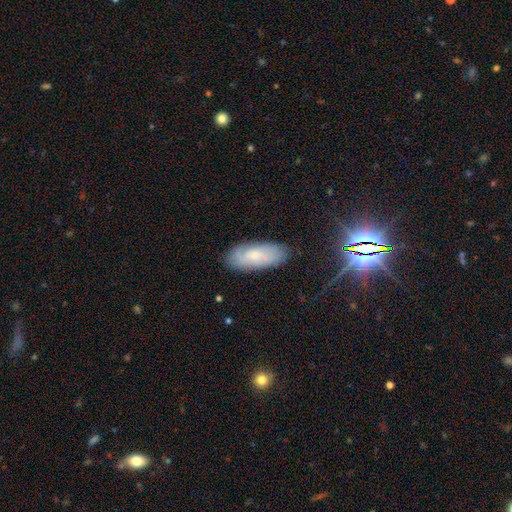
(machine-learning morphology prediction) Q: Smooth or featured?
A: smooth (52%); runner-up: featured or disk (38%)
Q: How rounded?
A: in between (83%); runner-up: cigar-shaped (15%)
Q: Merging?
A: none (78%); runner-up: minor disturbance (17%)